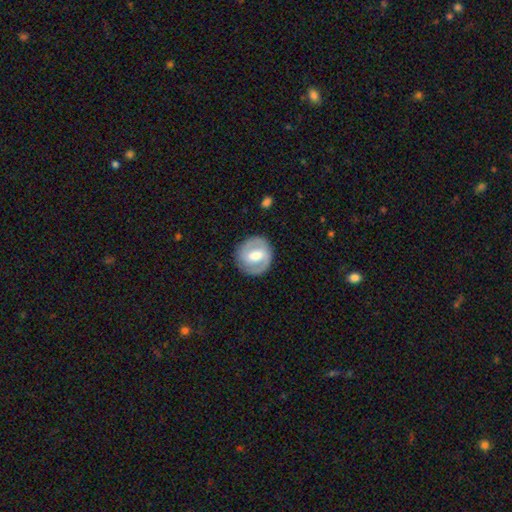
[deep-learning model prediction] Morphology: type=featured or disk (63%); edge-on=no (96%); bar=weak (45%); spiral arms=yes (61%); bulge=moderate (62%); merging=none (84%).